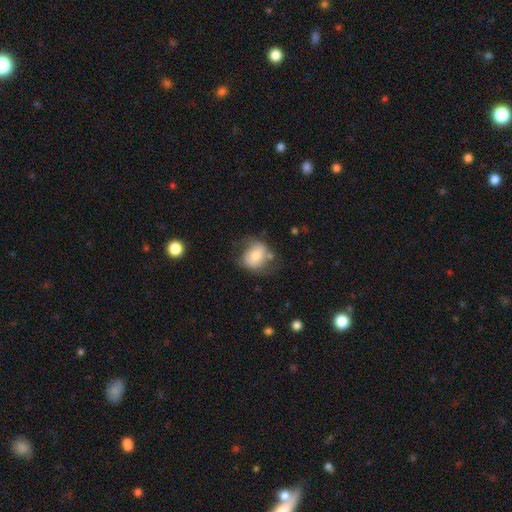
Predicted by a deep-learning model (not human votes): Overall: smooth (68%). How rounded: round (58%; in between 41%). Merging: none (53%; minor disturbance 27%).